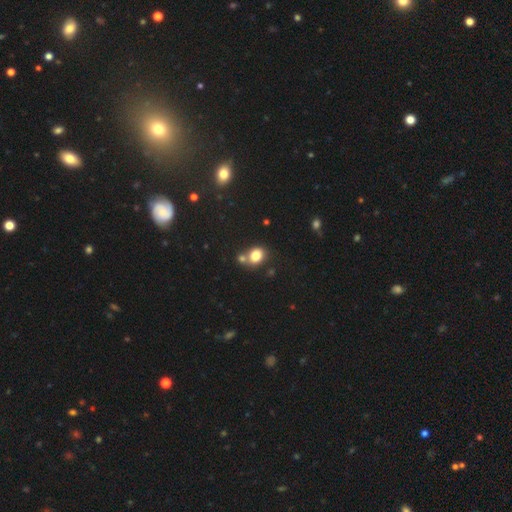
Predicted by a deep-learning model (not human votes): A smooth galaxy with no disk features (81%) that is round (54%).

Vote fractions:
- Smooth or featured? smooth: 81% / star or artifact: 11% / featured or disk: 8%
- How rounded? round: 54% / in between: 45% / cigar-shaped: 1%
- Merging? none: 57% / merger: 29% / minor disturbance: 11% / major disturbance: 3%